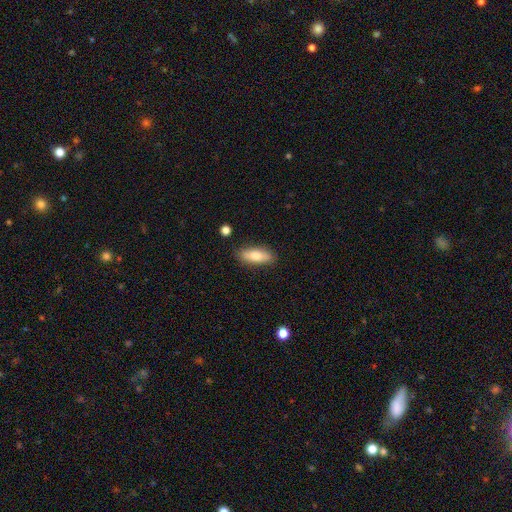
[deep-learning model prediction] Smooth or featured? Predicted: smooth (p=0.75). How rounded? Predicted: in between (p=0.70). Merging? Predicted: none (p=0.84).